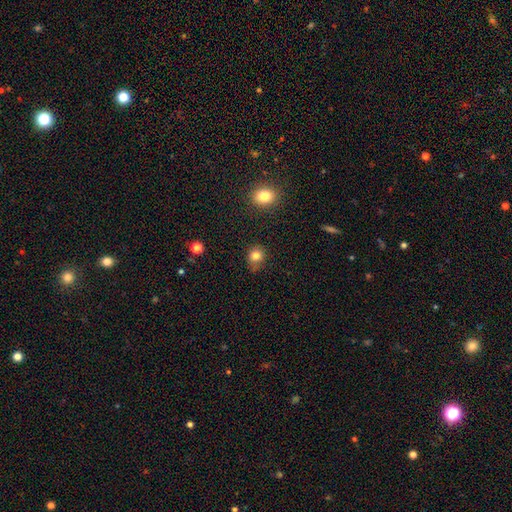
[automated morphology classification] Overall: smooth (80%). How rounded: round (78%). Merging: none (70%).